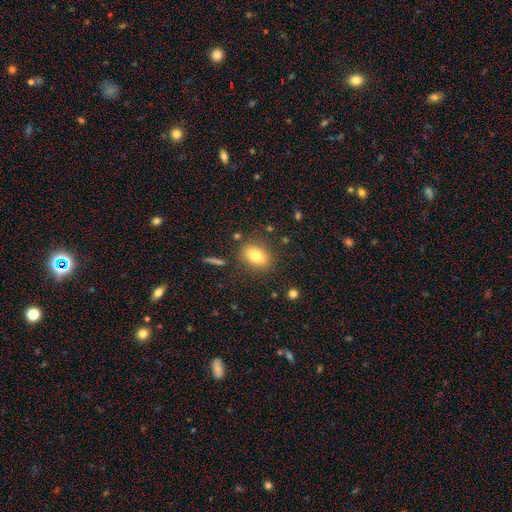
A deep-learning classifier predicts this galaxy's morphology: smooth_or_featured: smooth (p=0.79) [alt: featured or disk p=0.11]
how_rounded: in between (p=0.79) [alt: round p=0.18]
merging: none (p=0.82) [alt: minor disturbance p=0.11]